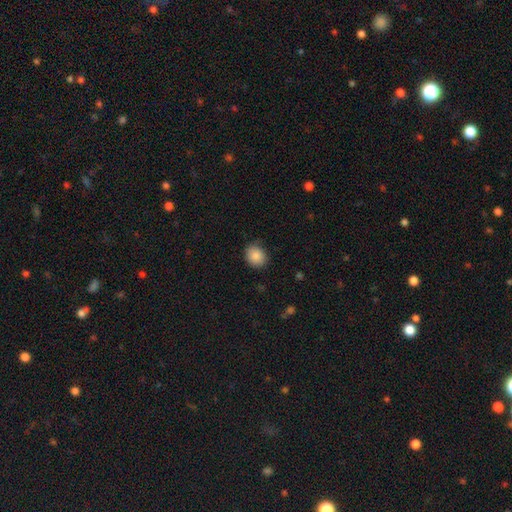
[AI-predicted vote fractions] This appears to be a smooth galaxy with no disk features (87%) that is round (67%). Merging: none (81%).